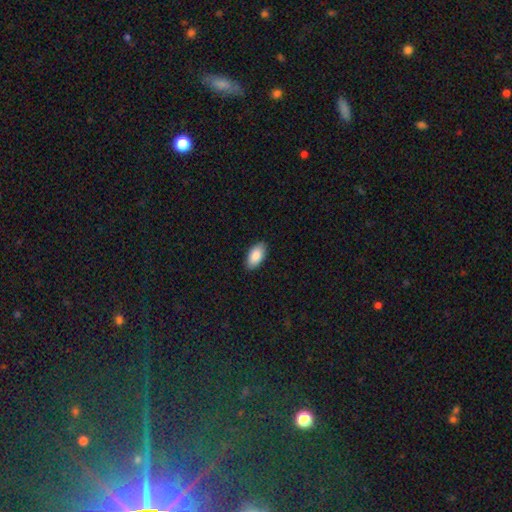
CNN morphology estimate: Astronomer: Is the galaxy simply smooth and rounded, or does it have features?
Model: smooth — 88%.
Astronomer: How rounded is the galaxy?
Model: in between — 95%.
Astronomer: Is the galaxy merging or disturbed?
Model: none — 89%.